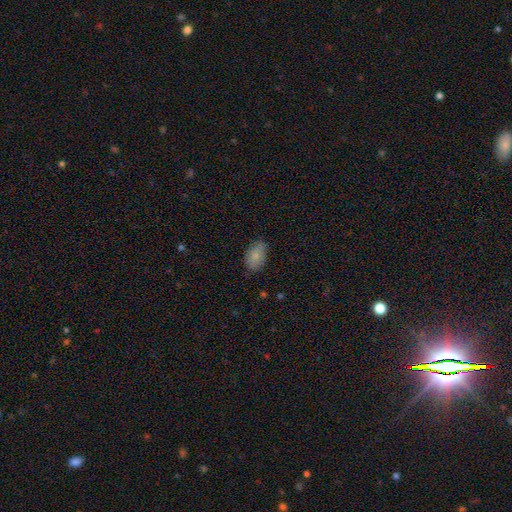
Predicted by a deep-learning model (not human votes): Q: Smooth or featured?
A: smooth (83%); runner-up: featured or disk (9%)
Q: How rounded?
A: in between (90%); runner-up: round (9%)
Q: Merging?
A: none (71%); runner-up: minor disturbance (23%)